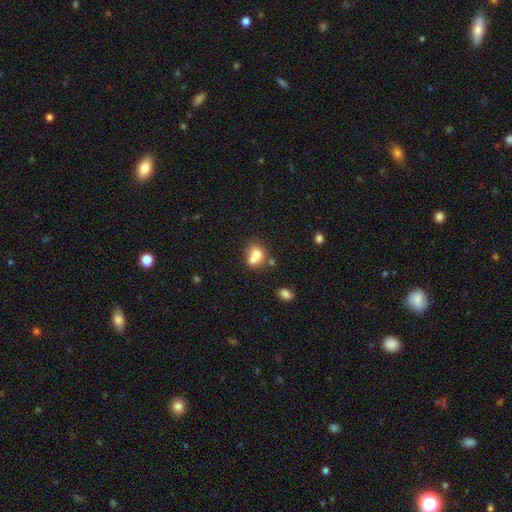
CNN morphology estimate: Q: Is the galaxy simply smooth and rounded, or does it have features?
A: smooth — 72%.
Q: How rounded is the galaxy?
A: round — 55%.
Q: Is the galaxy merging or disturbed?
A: merger — 53%.